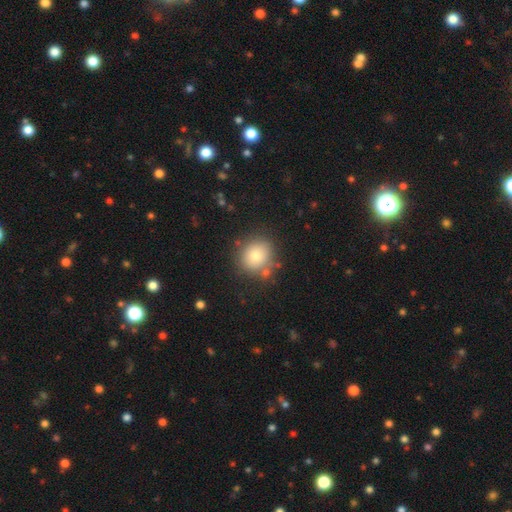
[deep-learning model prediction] Smooth or featured? Predicted: smooth (p=0.78). How rounded? Predicted: round (p=0.83). Merging? Predicted: none (p=0.78).